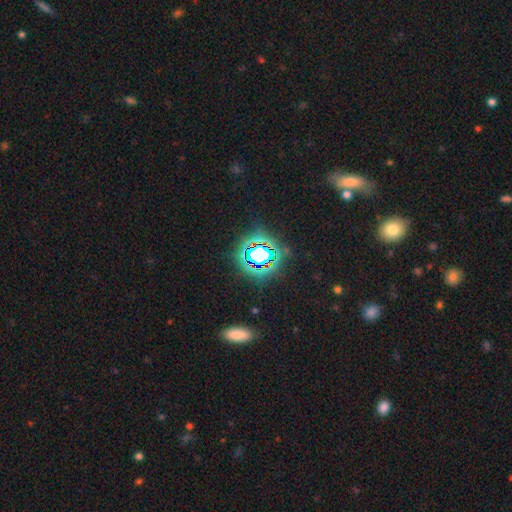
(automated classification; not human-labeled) Q: Smooth or featured?
A: star or artifact (70%); runner-up: smooth (18%)